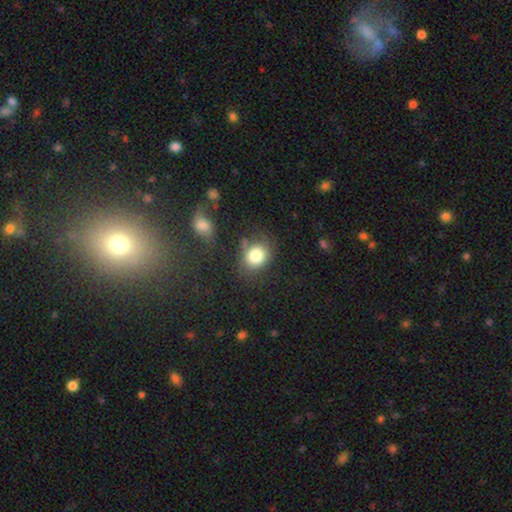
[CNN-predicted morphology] The model was most divided on "how rounded": round: 62%, in between: 37%, cigar-shaped: 1%. More confident: smooth or featured — smooth (82%); merging — none (67%).